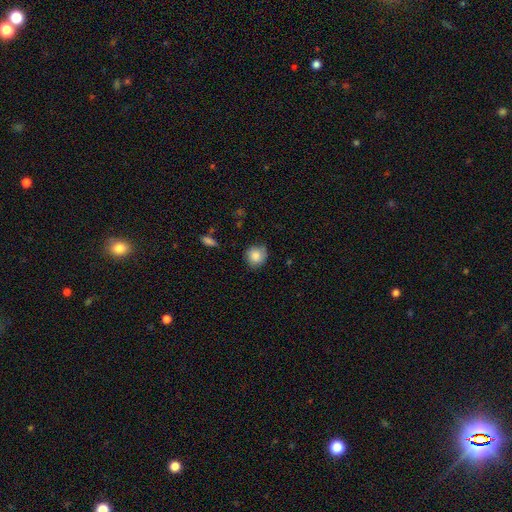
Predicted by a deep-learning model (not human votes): The model was most divided on "merging": none: 76%, minor disturbance: 19%, major disturbance: 3%, merger: 1%. More confident: how rounded — round (86%); smooth or featured — smooth (84%).